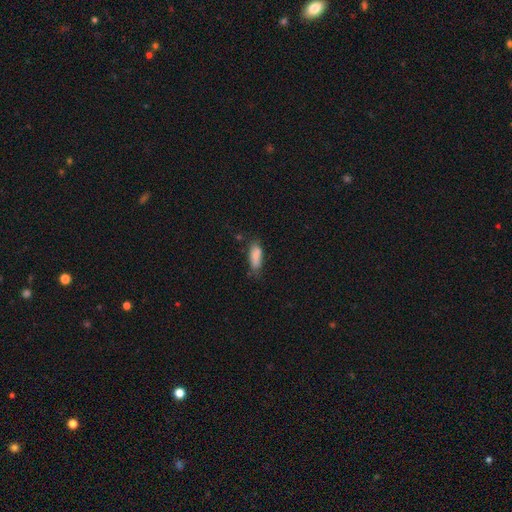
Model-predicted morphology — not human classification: Smooth or featured: smooth — 83% (featured or disk — 10%)
How rounded: in between — 69% (cigar-shaped — 29%)
Merging: none — 62% (minor disturbance — 27%)